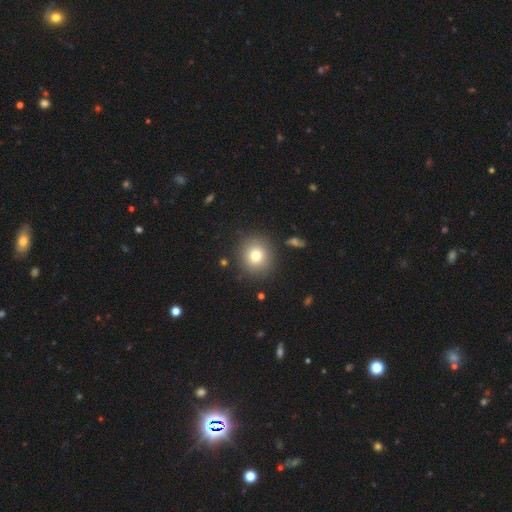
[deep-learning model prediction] Overall: smooth (77%). How rounded: round (89%). Merging: none (87%).